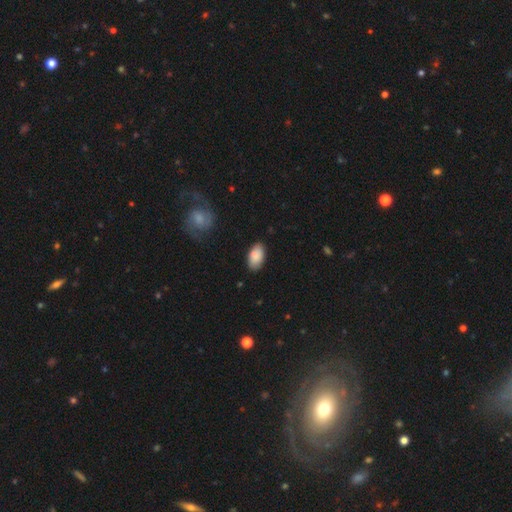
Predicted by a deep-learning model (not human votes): Morphology: type=smooth (86%); roundness=in between (94%); merging=none (83%).